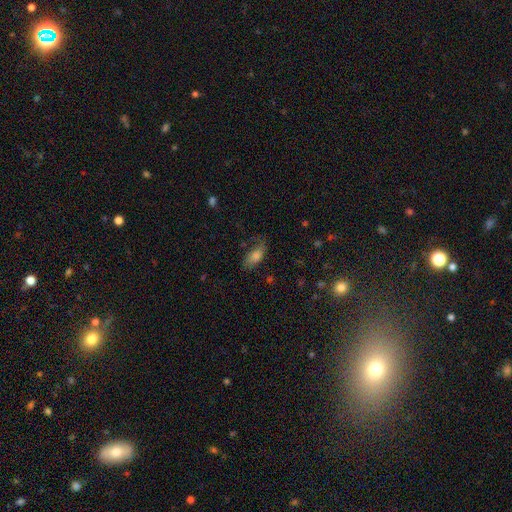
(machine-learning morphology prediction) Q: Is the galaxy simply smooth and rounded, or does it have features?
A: smooth — 71%.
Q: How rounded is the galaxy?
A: in between — 81%.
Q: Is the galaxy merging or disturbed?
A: none — 59%.